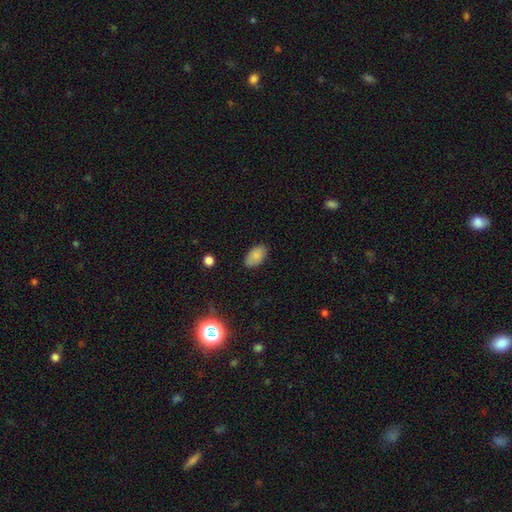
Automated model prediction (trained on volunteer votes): smooth_or_featured: smooth (p=0.84) [alt: star or artifact p=0.09]
how_rounded: in between (p=0.94) [alt: round p=0.05]
merging: none (p=0.84) [alt: minor disturbance p=0.12]